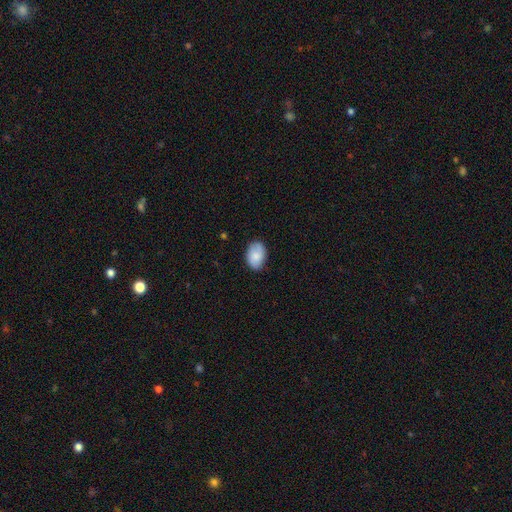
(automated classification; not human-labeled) smooth_or_featured: smooth (p=0.80) [alt: featured or disk p=0.14]
how_rounded: in between (p=0.87) [alt: round p=0.12]
merging: none (p=0.81) [alt: minor disturbance p=0.15]